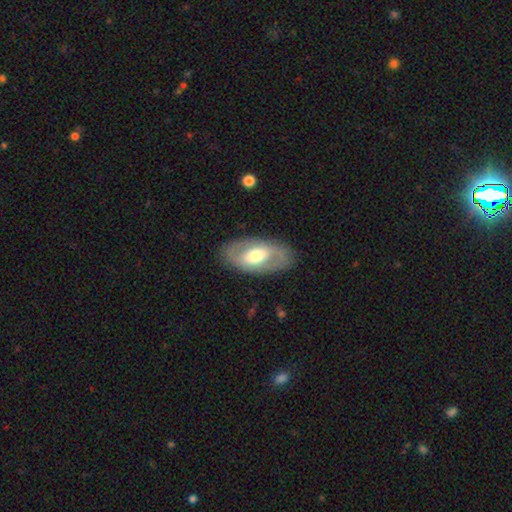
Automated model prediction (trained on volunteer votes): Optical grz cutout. It shows a featured or disk galaxy (59%) with no bar (42%), no spiral arms (58%) and a moderate central bulge (63%). Merging: none (83%).